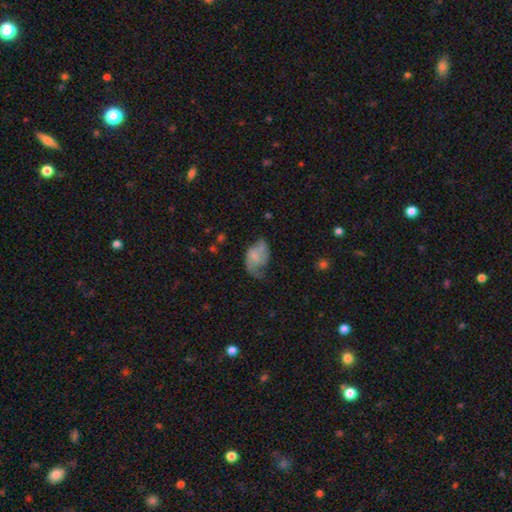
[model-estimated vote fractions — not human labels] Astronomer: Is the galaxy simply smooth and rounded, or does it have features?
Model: featured or disk — 54% (runner-up: smooth, 38%).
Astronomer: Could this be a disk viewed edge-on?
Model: no — 97%.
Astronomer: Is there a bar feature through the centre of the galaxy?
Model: no — 71%.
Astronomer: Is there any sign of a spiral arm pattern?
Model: yes — 77%.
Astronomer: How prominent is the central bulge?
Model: none — 42% (runner-up: small, 34%).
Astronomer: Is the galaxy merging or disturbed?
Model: none — 35% (runner-up: major disturbance, 32%).